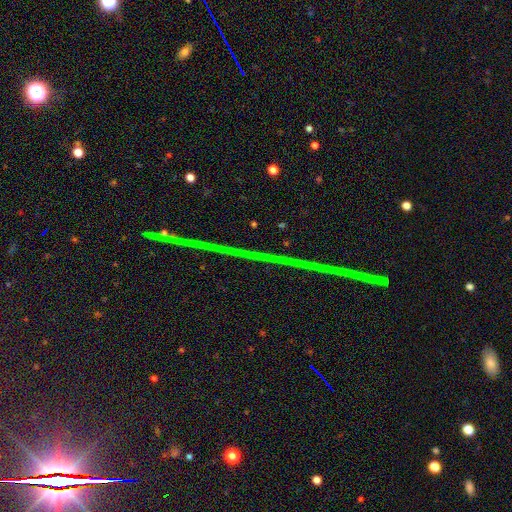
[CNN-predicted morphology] Smooth or featured: star or artifact — 82% (featured or disk — 11%)